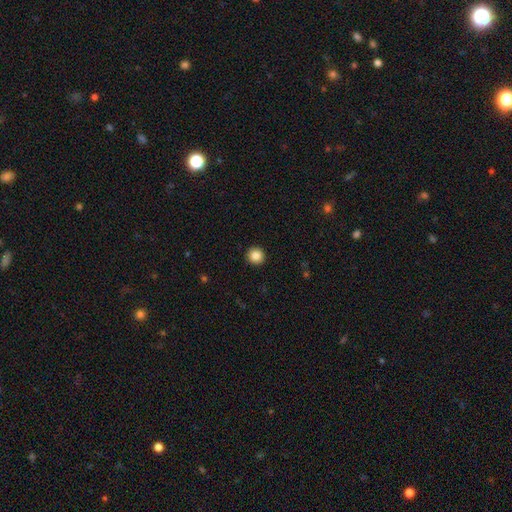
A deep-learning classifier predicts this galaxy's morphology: A smooth galaxy with no disk features (86%) that is round (94%).

Vote fractions:
- Smooth or featured? smooth: 86% / star or artifact: 10% / featured or disk: 4%
- How rounded? round: 94% / in between: 5% / cigar-shaped: 1%
- Merging? none: 93% / minor disturbance: 4% / major disturbance: 2% / merger: 1%